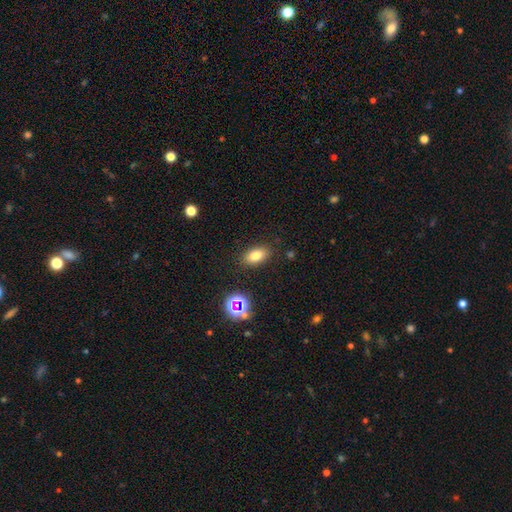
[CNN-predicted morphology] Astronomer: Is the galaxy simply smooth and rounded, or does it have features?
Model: smooth — 76%.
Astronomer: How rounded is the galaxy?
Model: in between — 86%.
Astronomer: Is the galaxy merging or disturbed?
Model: none — 86%.